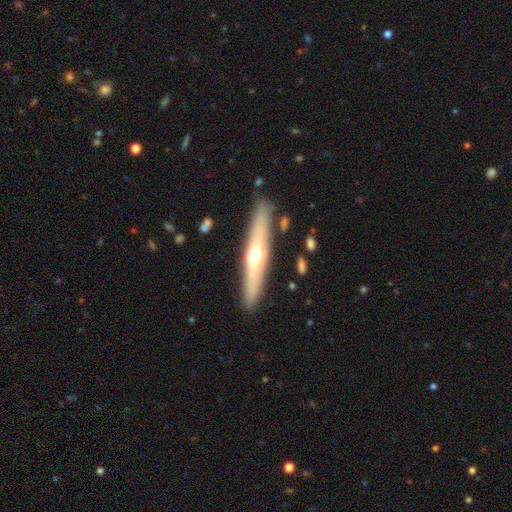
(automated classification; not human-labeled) This is possibly a featured or disk galaxy (55%). It is clearly viewed edge-on (89%). Merging: clearly none (87%).